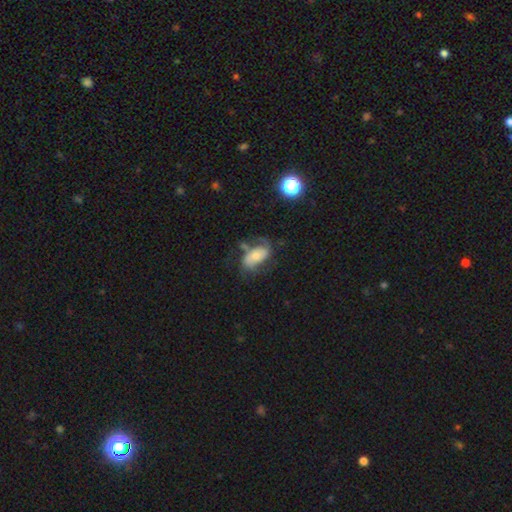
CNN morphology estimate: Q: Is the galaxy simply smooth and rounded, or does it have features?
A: featured or disk — 52%.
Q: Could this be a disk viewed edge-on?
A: no — 93%.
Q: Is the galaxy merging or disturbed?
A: none — 41%.